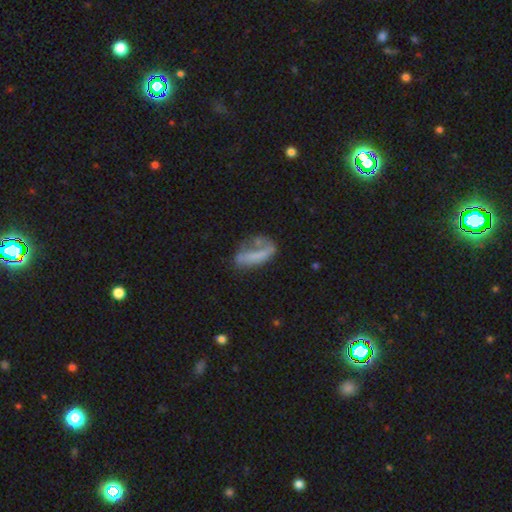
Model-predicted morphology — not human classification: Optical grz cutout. It shows a smooth galaxy with no disk features (52%) that is in between round and cigar-shaped (69%). Merging: major disturbance (34%).